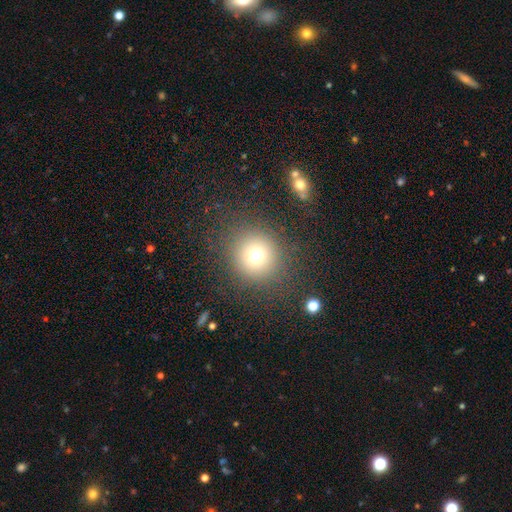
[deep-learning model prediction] Smooth or featured? Predicted: smooth (p=0.70). How rounded? Predicted: round (p=0.91). Merging? Predicted: none (p=0.85).